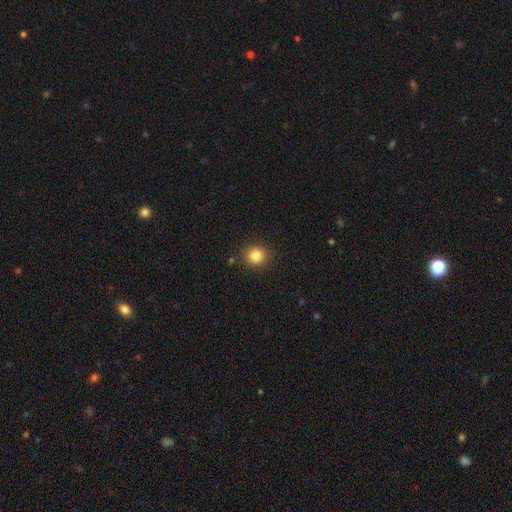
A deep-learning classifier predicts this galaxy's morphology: A smooth galaxy with no disk features (83%) that is round (86%). Merging: none (89%).